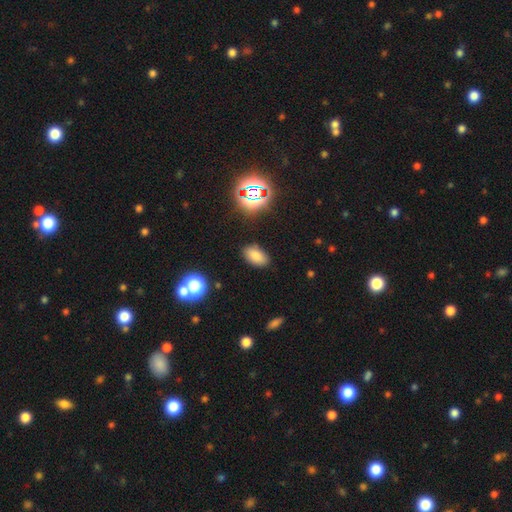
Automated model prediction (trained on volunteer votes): This appears to be a smooth galaxy with no disk features (78%) that is in between round and cigar-shaped (92%). Merging: none (86%).